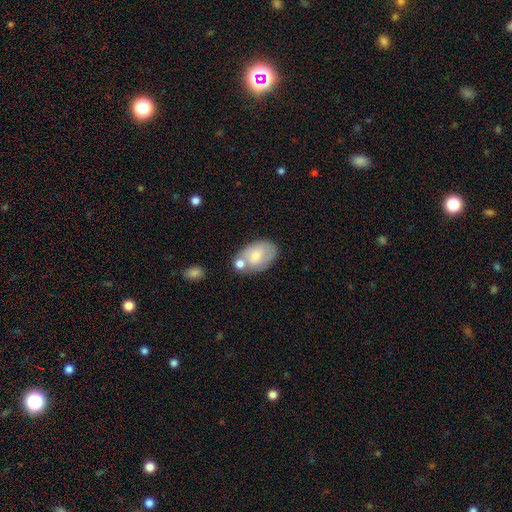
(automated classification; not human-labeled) smooth_or_featured: smooth (p=0.64) [alt: featured or disk p=0.29]
how_rounded: in between (p=0.88) [alt: round p=0.11]
merging: none (p=0.48) [alt: merger p=0.25]